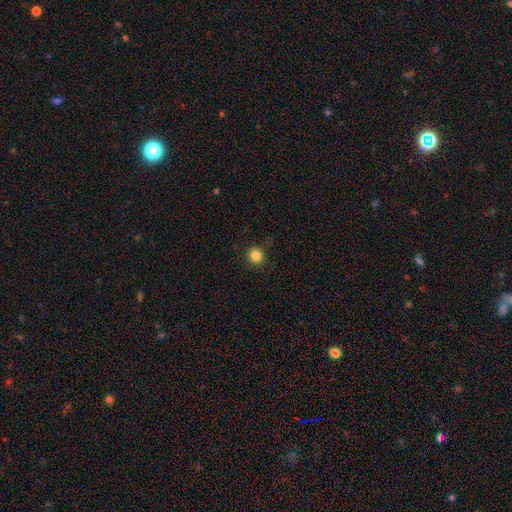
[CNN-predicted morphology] Q: Smooth or featured?
A: smooth (84%); runner-up: star or artifact (11%)
Q: How rounded?
A: round (90%); runner-up: in between (9%)
Q: Merging?
A: none (90%); runner-up: minor disturbance (7%)